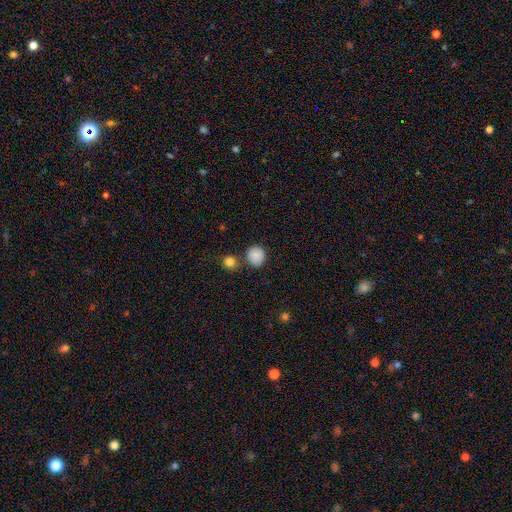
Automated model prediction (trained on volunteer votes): Smooth or featured? smooth (87%)
How rounded? round (89%)
Merging? none (77%)